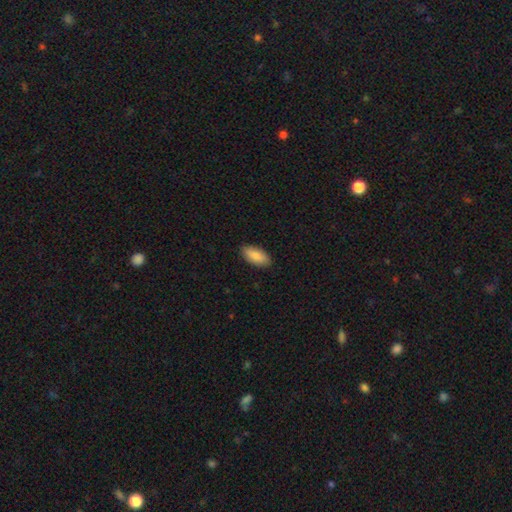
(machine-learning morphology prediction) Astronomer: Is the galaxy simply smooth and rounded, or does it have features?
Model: smooth — 87%.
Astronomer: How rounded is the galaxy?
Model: in between — 90%.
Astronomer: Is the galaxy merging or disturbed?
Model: none — 89%.